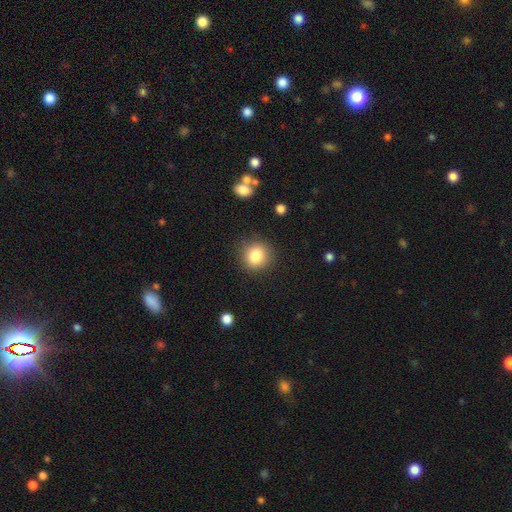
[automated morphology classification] Smooth or featured? Predicted: smooth (p=0.83). How rounded? Predicted: round (p=0.86). Merging? Predicted: none (p=0.87).